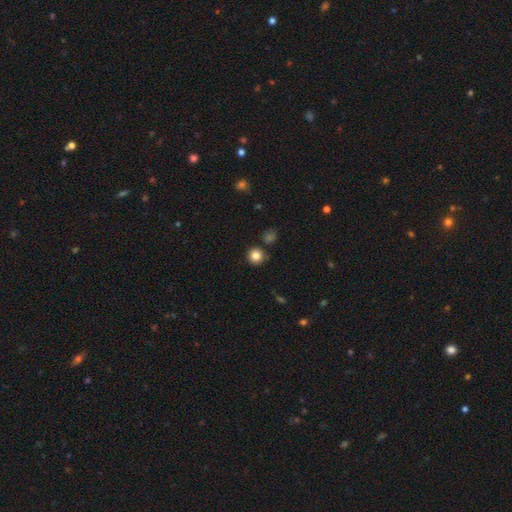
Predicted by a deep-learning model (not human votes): Overall: smooth (83%). How rounded: round (93%). Merging: none (86%).